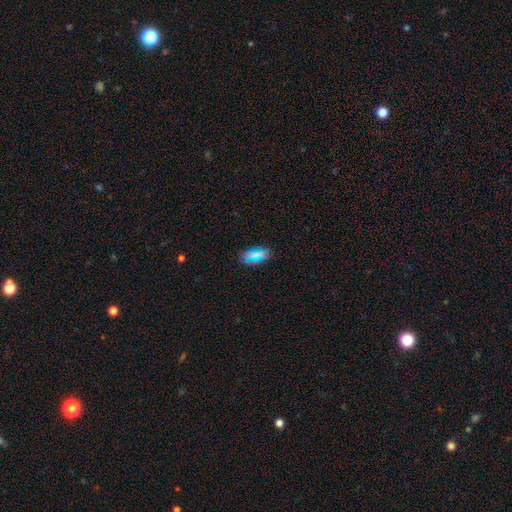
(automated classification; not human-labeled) smooth_or_featured: smooth (p=0.67) [alt: star or artifact p=0.20]
how_rounded: in between (p=0.84) [alt: cigar-shaped p=0.09]
merging: none (p=0.83) [alt: minor disturbance p=0.12]